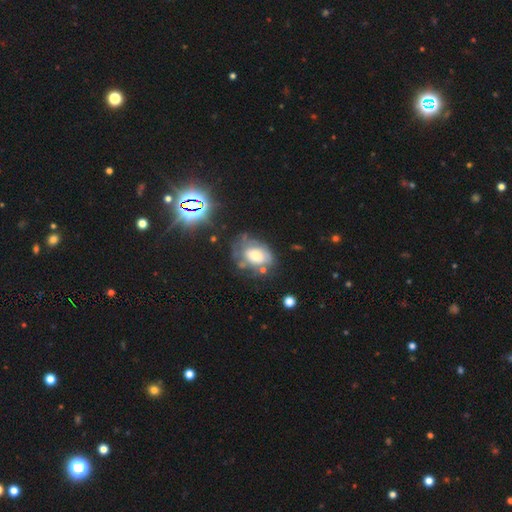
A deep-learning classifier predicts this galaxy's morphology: smooth 45%, featured or disk 44%, star or artifact 11%. Down the decision tree: merging — none (47%).